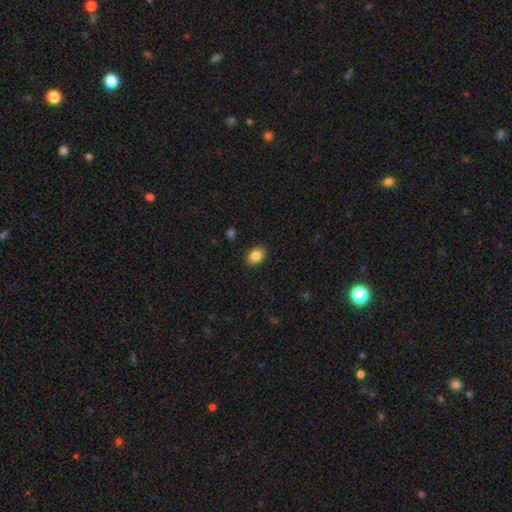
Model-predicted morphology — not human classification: Smooth or featured? smooth (85%)
How rounded? in between (71%)
Merging? none (88%)